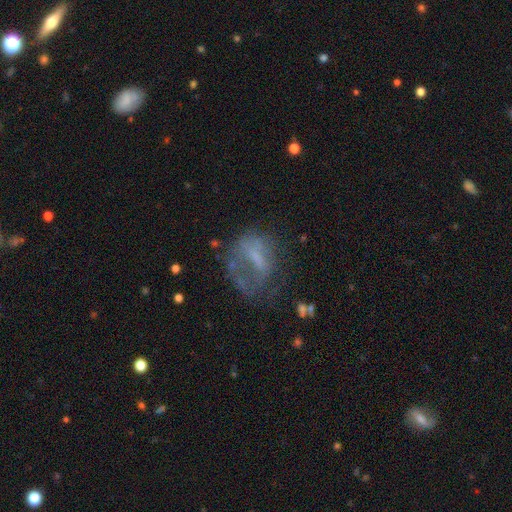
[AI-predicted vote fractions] featured or disk 49%, smooth 37%, star or artifact 14%. Down the decision tree: merging — major disturbance (37%, tied with none).